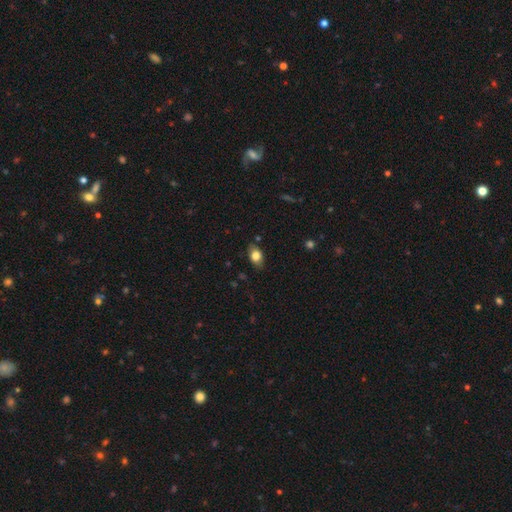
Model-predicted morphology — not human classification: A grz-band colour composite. It shows a smooth galaxy with no disk features (80%) that is in between round and cigar-shaped (81%). Merging: none (80%).